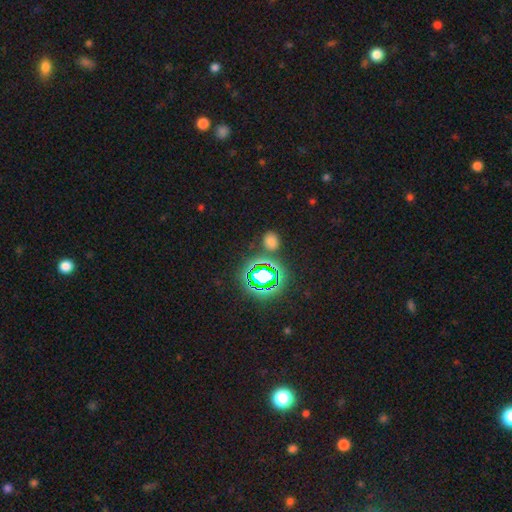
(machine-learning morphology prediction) Smooth or featured? Predicted: star or artifact (p=0.76).